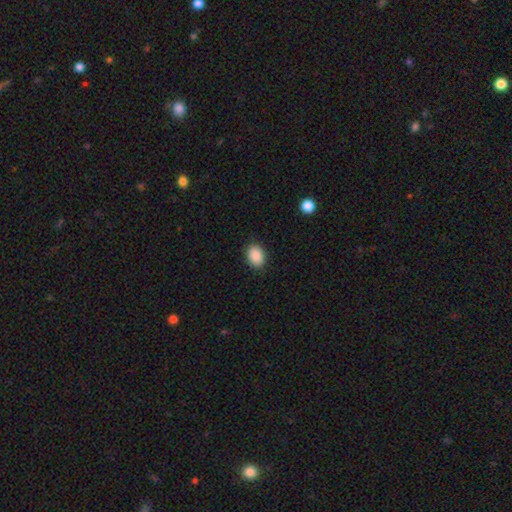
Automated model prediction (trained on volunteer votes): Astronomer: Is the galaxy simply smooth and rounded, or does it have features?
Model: smooth — 90%.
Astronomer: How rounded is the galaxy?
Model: in between — 70%.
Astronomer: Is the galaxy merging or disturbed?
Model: none — 88%.